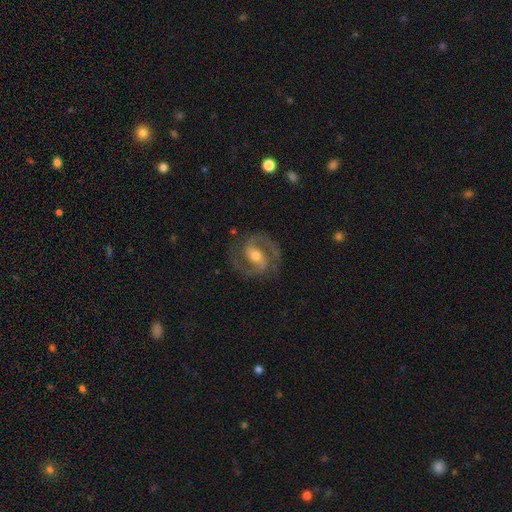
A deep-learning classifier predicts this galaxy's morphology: Overall: featured or disk (91%). Edge-on disk: no (98%). Bar: weak (42%; strong 37%). Spiral arms: yes (98%). Spiral arm count: 2 (93%). Spiral winding: medium (62%; tight 27%). Bulge size: moderate (65%; small 28%). Merging: none (83%).